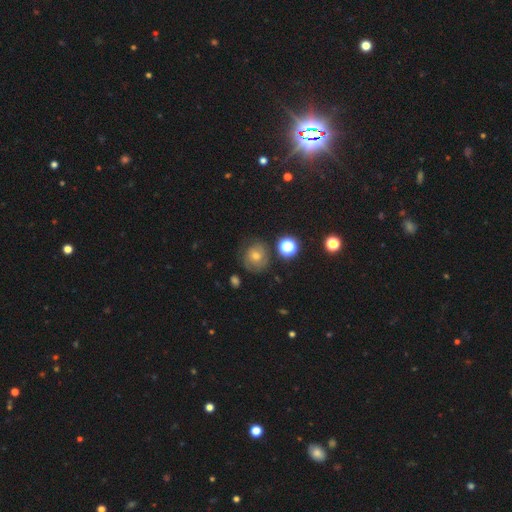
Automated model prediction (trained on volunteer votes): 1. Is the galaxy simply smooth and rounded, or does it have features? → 45% featured or disk, 34% smooth, 21% star or artifact.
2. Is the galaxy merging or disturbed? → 74% none, 16% minor disturbance, 7% major disturbance, 3% merger.